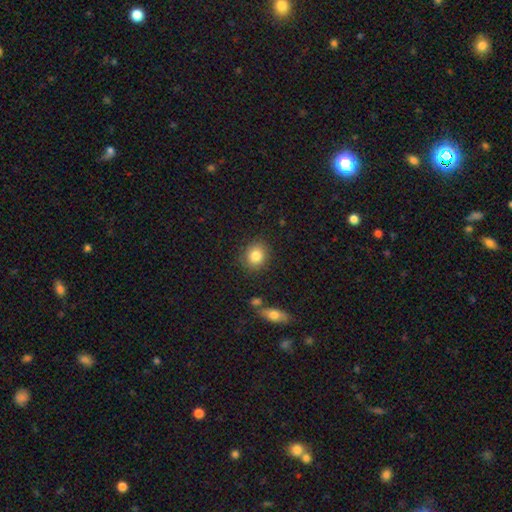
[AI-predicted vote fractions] Smooth or featured?
  - smooth: 84% *
  - star or artifact: 9%
  - featured or disk: 7%
How rounded?
  - round: 70% *
  - in between: 29%
  - cigar-shaped: 1%
Merging?
  - none: 85% *
  - minor disturbance: 10%
  - major disturbance: 3%
  - merger: 2%